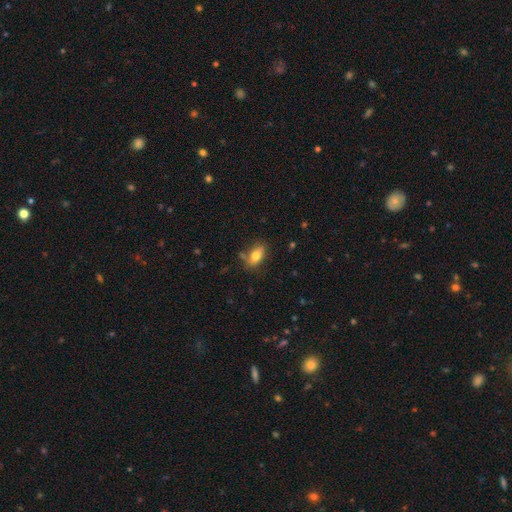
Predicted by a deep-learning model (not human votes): This appears to be a smooth galaxy with no disk features (78%) that is in between round and cigar-shaped (88%). Merging: none (76%).